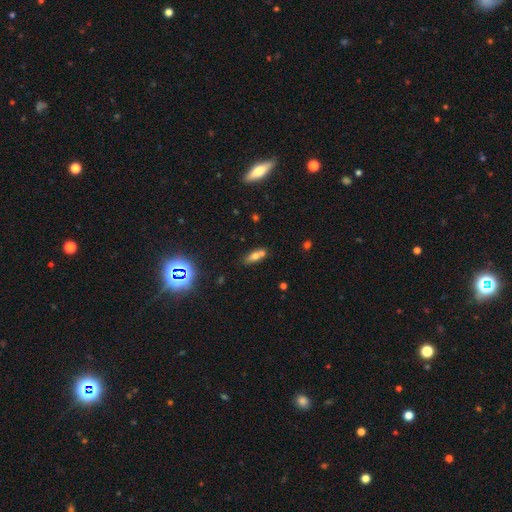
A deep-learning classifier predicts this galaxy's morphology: smooth 63%, featured or disk 20%, star or artifact 17%. Down the decision tree: how rounded — in between (71%); merging — merger (44%).